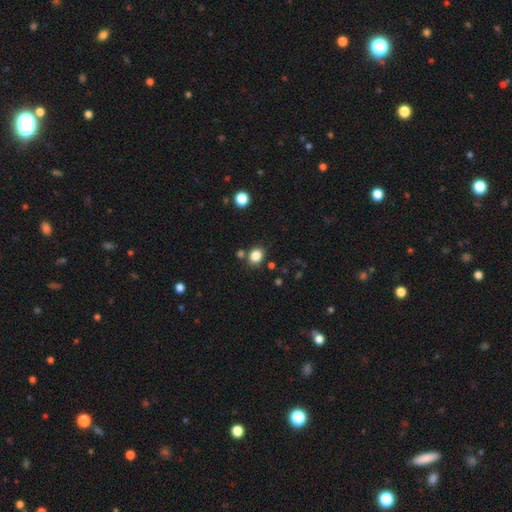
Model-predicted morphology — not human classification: smooth_or_featured: smooth (p=0.84) [alt: star or artifact p=0.12]
how_rounded: round (p=0.57) [alt: in between p=0.42]
merging: none (p=0.77) [alt: minor disturbance p=0.11]